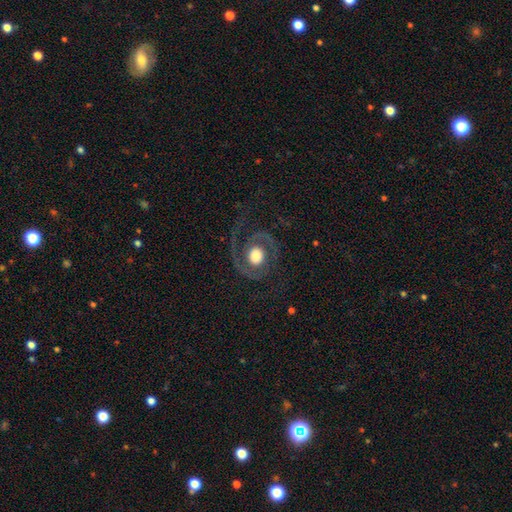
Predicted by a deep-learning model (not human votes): This is clearly a featured or disk galaxy (84%). It is clearly not viewed edge-on (98%). Bar: likely no (77%). Spiral arm pattern: clearly yes (93%). Spiral arm count: clearly 2 (81%). Spiral winding: marginally medium (44%). Central bulge: possibly large (50%). Merging: likely none (72%).